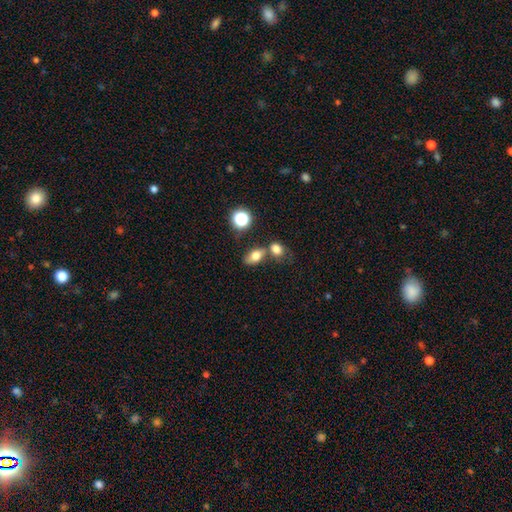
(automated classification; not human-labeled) Morphology: type=smooth (73%); roundness=in between (78%); merging=none (54%).